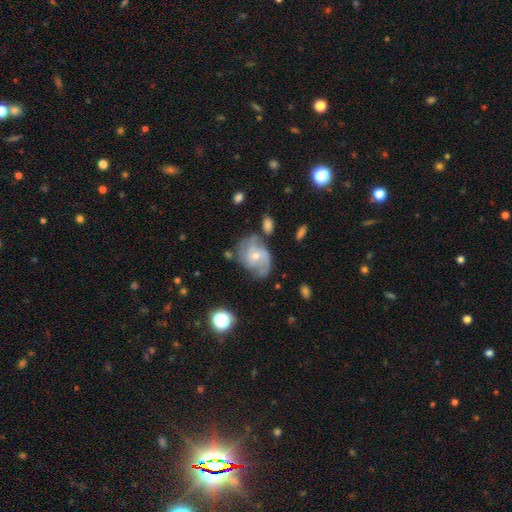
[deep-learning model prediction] Smooth or featured: featured or disk — 73% (smooth — 19%)
Edge-on disk: no — 97% (yes — 3%)
Bar: no — 65% (weak — 29%)
Spiral arms: yes — 88% (no — 12%)
Spiral winding: medium — 46% (tight — 29%)
Spiral arm count: 2 — 46% (can't tell — 25%)
Bulge size: small — 57% (moderate — 39%)
Merging: none — 55% (minor disturbance — 25%)